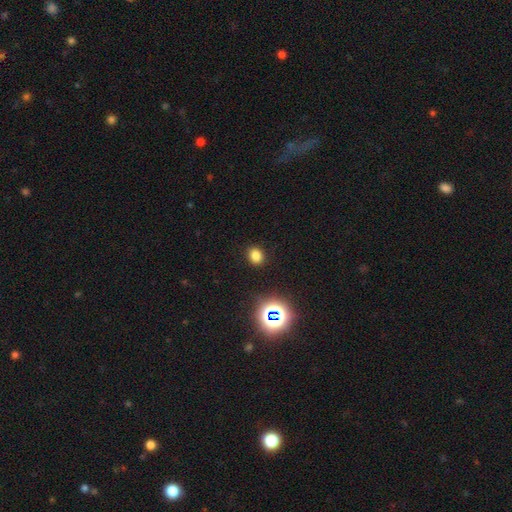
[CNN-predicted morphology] This appears to be a smooth galaxy with no disk features (77%) that is round (50%). Merging: none (89%).